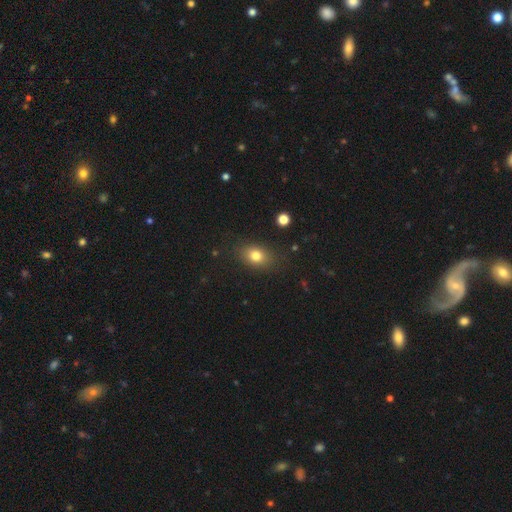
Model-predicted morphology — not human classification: A smooth galaxy with no disk features (79%) that is in between round and cigar-shaped (69%). Merging: none (82%).